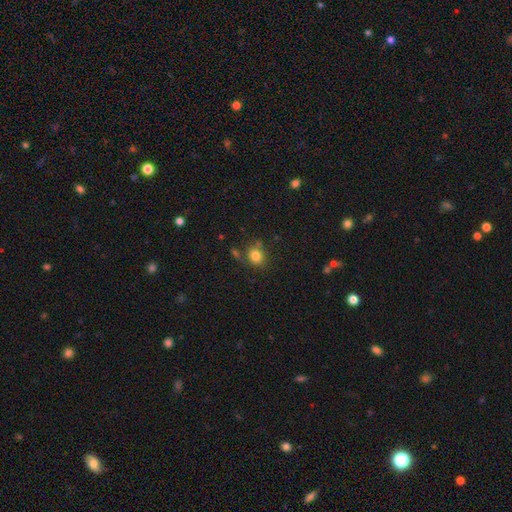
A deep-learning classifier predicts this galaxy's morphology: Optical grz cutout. It shows a smooth galaxy with no disk features (81%) that is round (68%). Merging: none (68%).